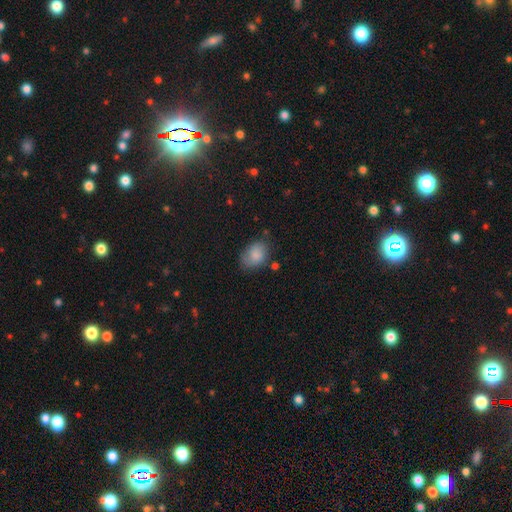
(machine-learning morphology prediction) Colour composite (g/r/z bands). It shows a smooth galaxy with no disk features (84%) that is in between round and cigar-shaped (74%). Merging: none (65%).